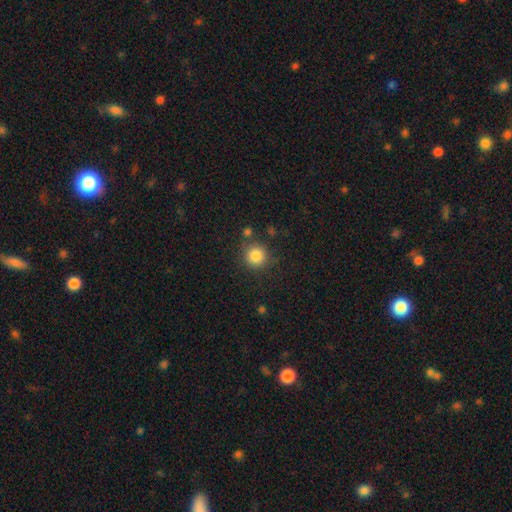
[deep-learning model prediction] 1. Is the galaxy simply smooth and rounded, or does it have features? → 84% smooth, 11% star or artifact, 5% featured or disk.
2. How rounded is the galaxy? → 93% round, 6% in between, 1% cigar-shaped.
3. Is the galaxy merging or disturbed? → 81% none, 10% minor disturbance, 5% merger, 4% major disturbance.